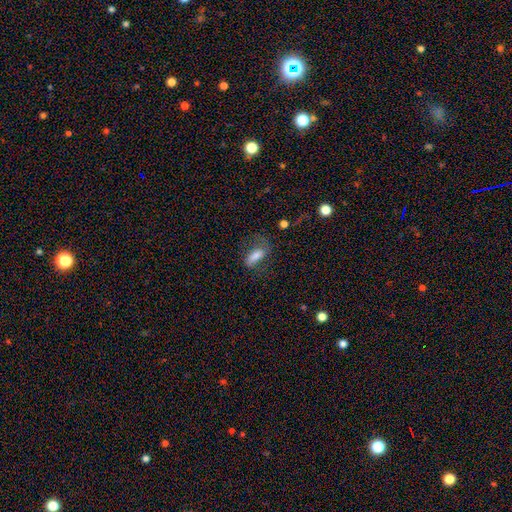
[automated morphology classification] type=smooth (65%); roundness=in between (74%); merging=none (49%).